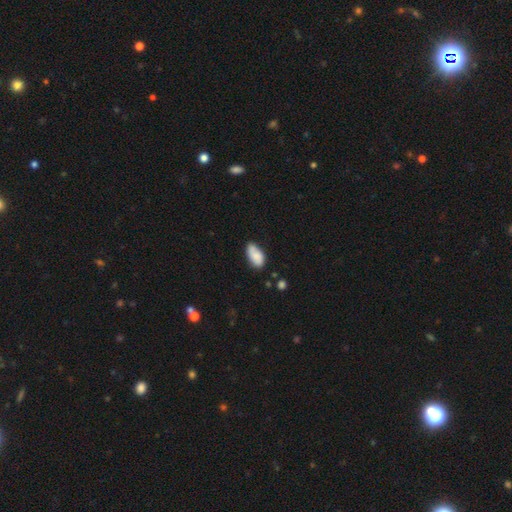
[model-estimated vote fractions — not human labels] Overall: smooth (78%). How rounded: in between (93%). Merging: none (64%; minor disturbance 27%).